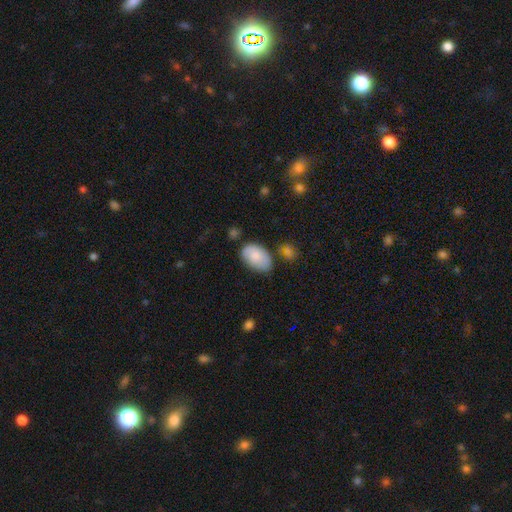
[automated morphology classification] Smooth or featured?
  - smooth: 81% *
  - featured or disk: 13%
  - star or artifact: 6%
How rounded?
  - in between: 93% *
  - round: 6%
  - cigar-shaped: 1%
Merging?
  - none: 59% *
  - minor disturbance: 28%
  - major disturbance: 7%
  - merger: 6%